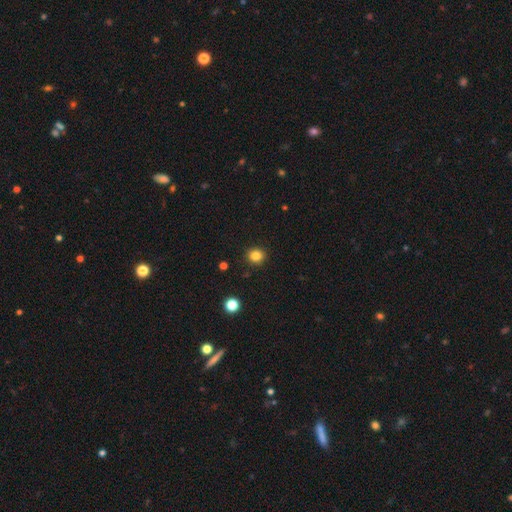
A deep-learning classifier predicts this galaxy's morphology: Q: Smooth or featured?
A: smooth (84%); runner-up: star or artifact (12%)
Q: How rounded?
A: round (86%); runner-up: in between (13%)
Q: Merging?
A: none (91%); runner-up: minor disturbance (6%)